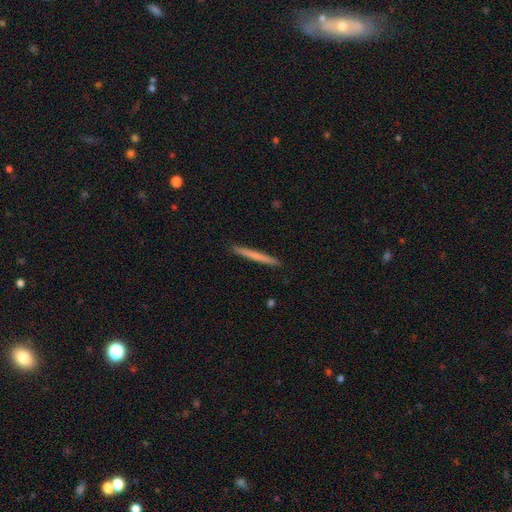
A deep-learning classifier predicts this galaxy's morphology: This appears to be a smooth galaxy with no disk features (64%) that is cigar-shaped (97%). Merging: none (93%).